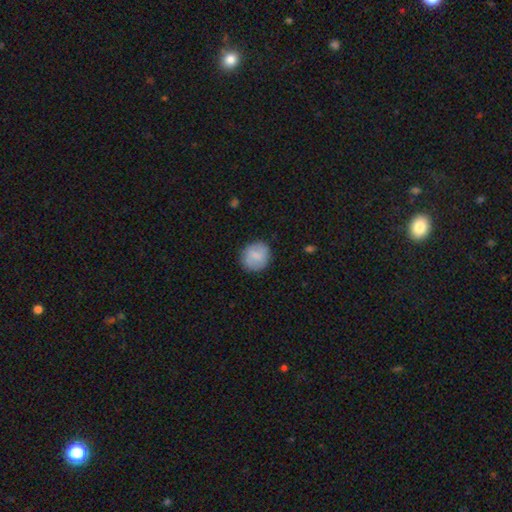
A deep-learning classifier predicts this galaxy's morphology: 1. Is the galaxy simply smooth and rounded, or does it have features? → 75% smooth, 18% featured or disk, 7% star or artifact.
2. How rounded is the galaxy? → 85% round, 14% in between, 1% cigar-shaped.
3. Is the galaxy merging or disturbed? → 85% none, 11% minor disturbance, 3% major disturbance, 1% merger.